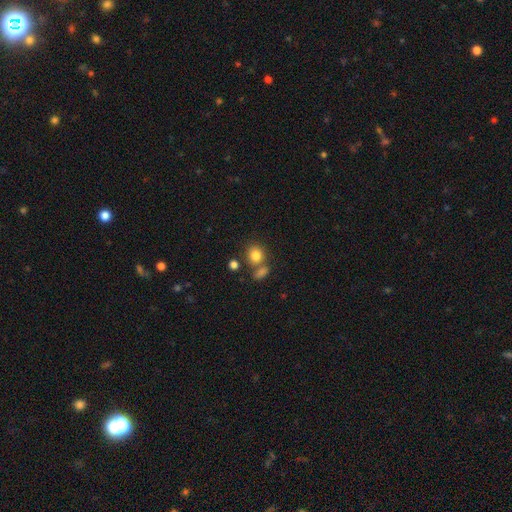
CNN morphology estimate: A smooth galaxy with no disk features (81%) that is round (74%). Merging: none (60%).